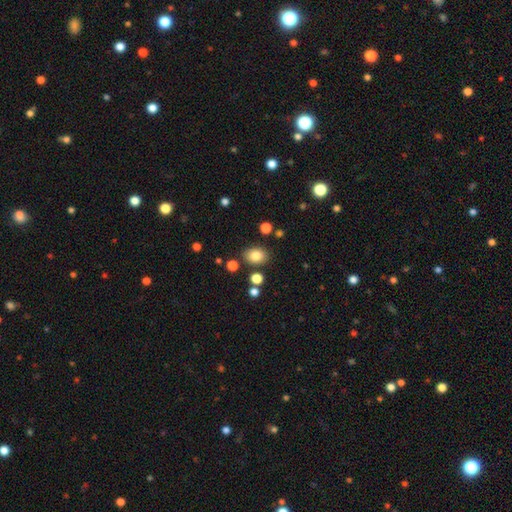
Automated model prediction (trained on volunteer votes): Smooth or featured?
  - smooth: 81% *
  - star or artifact: 11%
  - featured or disk: 8%
How rounded?
  - in between: 62% *
  - round: 37%
  - cigar-shaped: 1%
Merging?
  - none: 84% *
  - minor disturbance: 9%
  - merger: 4%
  - major disturbance: 3%